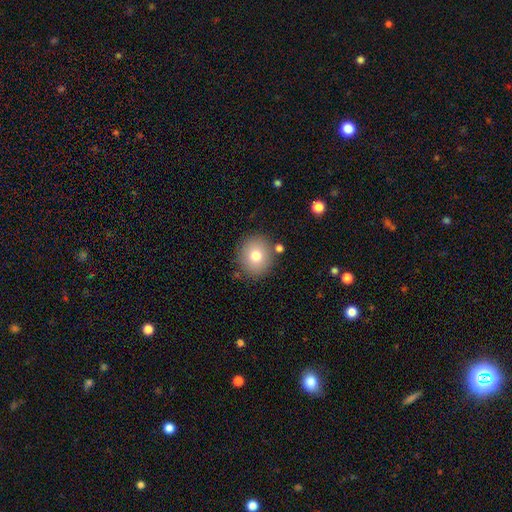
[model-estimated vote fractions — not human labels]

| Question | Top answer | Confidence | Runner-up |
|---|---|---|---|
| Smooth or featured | smooth | 77% | featured or disk (12%) |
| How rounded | round | 88% | in between (11%) |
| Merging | none | 83% | minor disturbance (9%) |